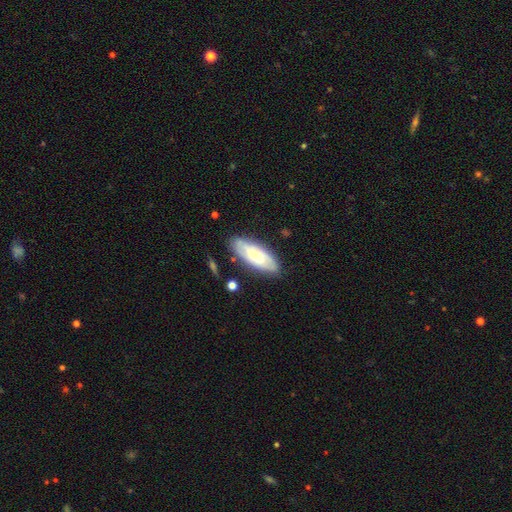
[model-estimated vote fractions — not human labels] This appears to be a featured or disk galaxy (47%). Merging: none (79%).